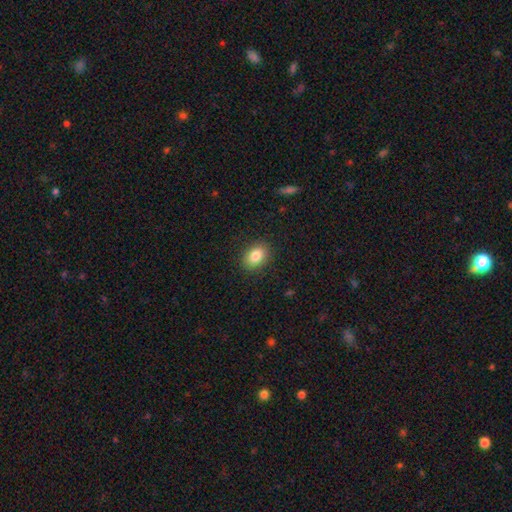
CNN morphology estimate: The model was most divided on "how rounded": in between: 74%, round: 25%, cigar-shaped: 1%. More confident: merging — none (88%); smooth or featured — smooth (84%).